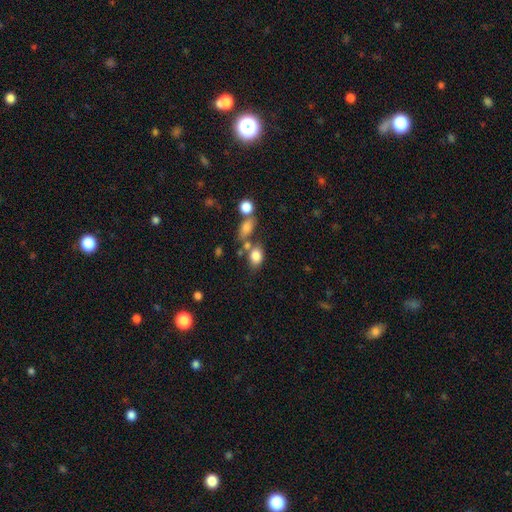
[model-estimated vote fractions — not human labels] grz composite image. It shows a smooth galaxy with no disk features (81%) that is in between round and cigar-shaped (74%). Merging: none (52%).